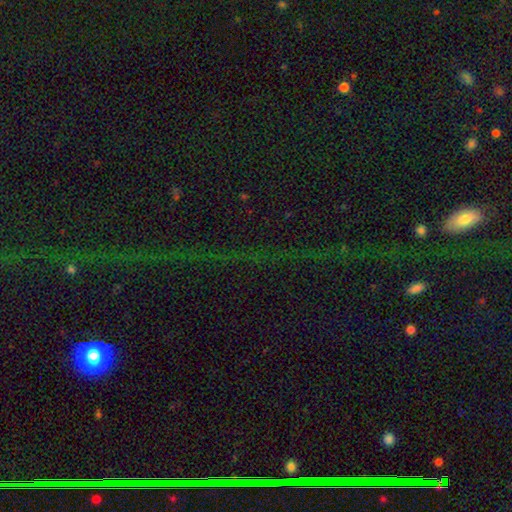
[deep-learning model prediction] The model was most divided on "smooth or featured": star or artifact: 77%, featured or disk: 12%, smooth: 11%.